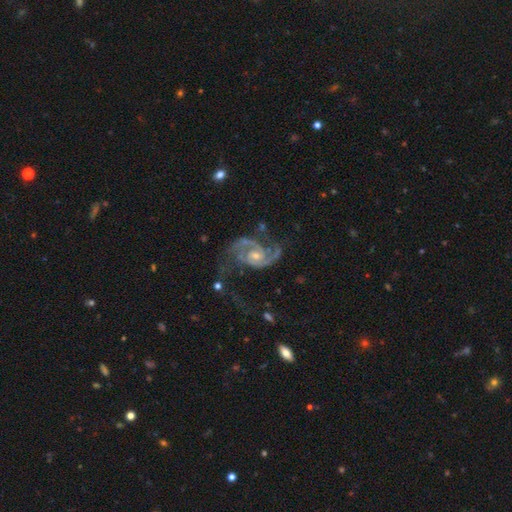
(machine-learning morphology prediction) Smooth or featured? featured or disk (91%)
Edge-on disk? no (98%)
Bar? no (58%)
Spiral arms? yes (97%)
Spiral winding? medium (53%)
Spiral arm count? 2 (84%)
Bulge size? small (50%)
Merging? none (49%)